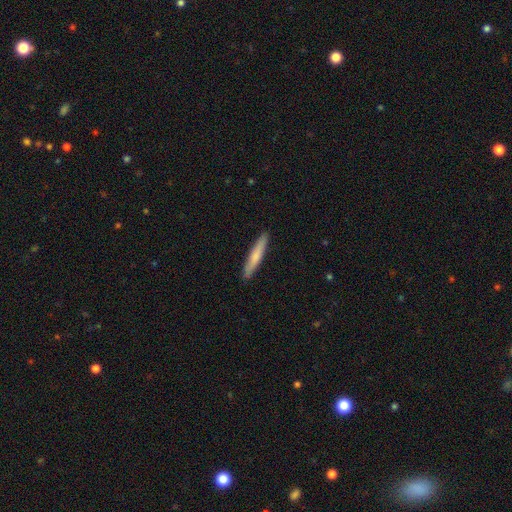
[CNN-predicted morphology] Q: Smooth or featured?
A: smooth (72%); runner-up: featured or disk (23%)
Q: How rounded?
A: cigar-shaped (94%); runner-up: in between (5%)
Q: Merging?
A: none (91%); runner-up: minor disturbance (6%)